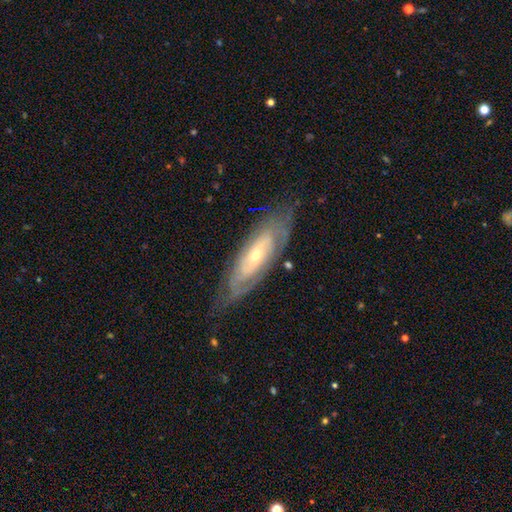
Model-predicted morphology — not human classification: This appears to be a featured or disk galaxy (76%) with no bar (71%), spiral arms (77%) and a small central bulge (57%). Merging: none (73%).